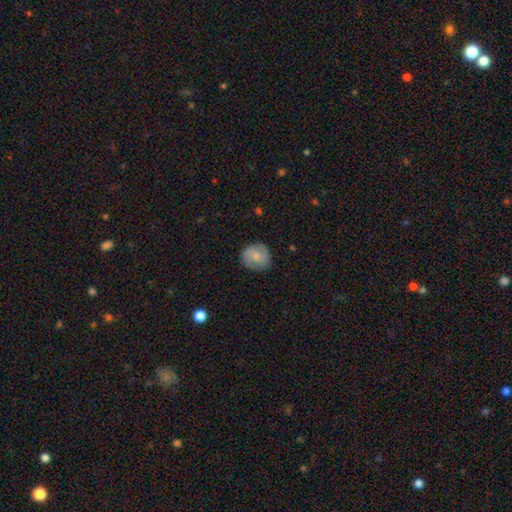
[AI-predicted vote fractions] Smooth or featured? smooth (62%)
How rounded? round (82%)
Merging? none (79%)